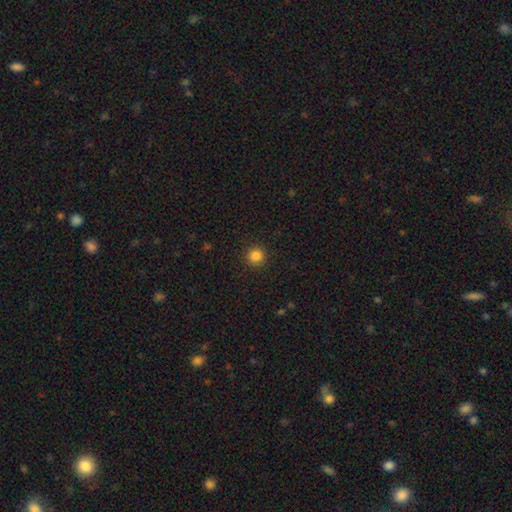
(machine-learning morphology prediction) smooth_or_featured: smooth (p=0.85) [alt: star or artifact p=0.12]
how_rounded: round (p=0.94) [alt: in between p=0.05]
merging: none (p=0.91) [alt: minor disturbance p=0.06]